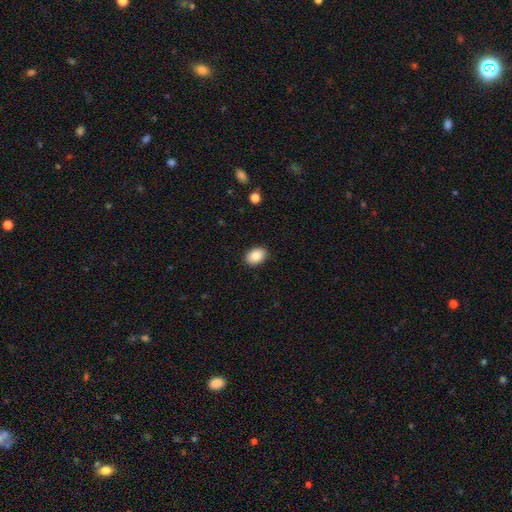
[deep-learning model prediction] Smooth or featured: smooth — 86% (star or artifact — 7%)
How rounded: in between — 82% (round — 17%)
Merging: none — 89% (minor disturbance — 8%)